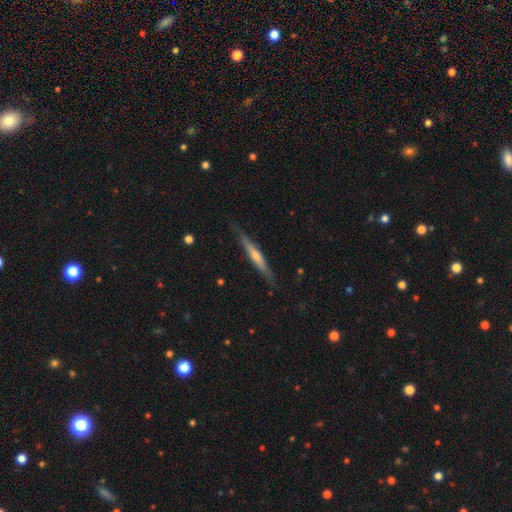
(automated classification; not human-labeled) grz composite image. It shows a featured or disk galaxy (66%) viewed edge-on (96%) with a rounded central bulge (66%). Merging: none (85%).